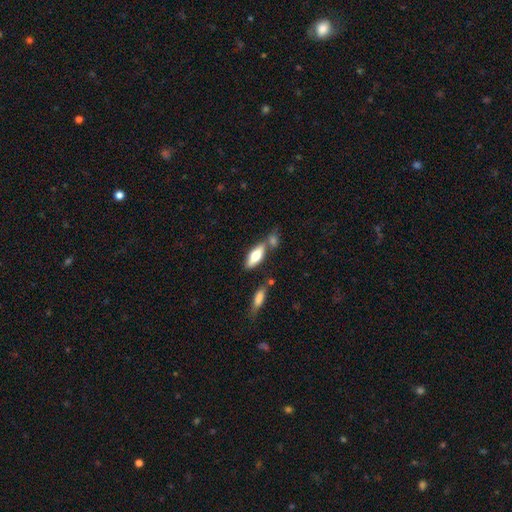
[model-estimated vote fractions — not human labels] This appears to be a smooth galaxy with no disk features (65%) that is in between round and cigar-shaped (67%). Merging: none (62%).